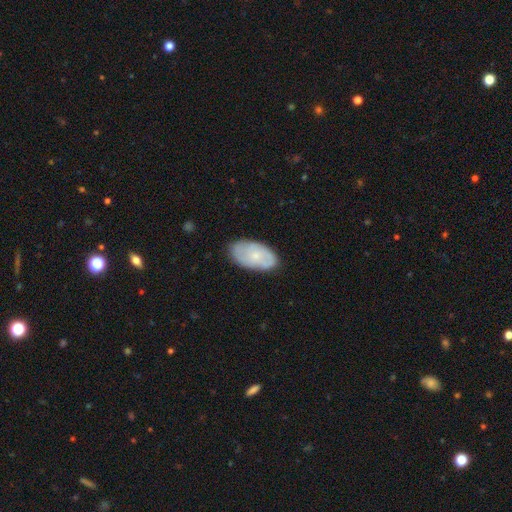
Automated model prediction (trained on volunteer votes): Overall: smooth (49%; featured or disk 45%). Merging: none (78%).